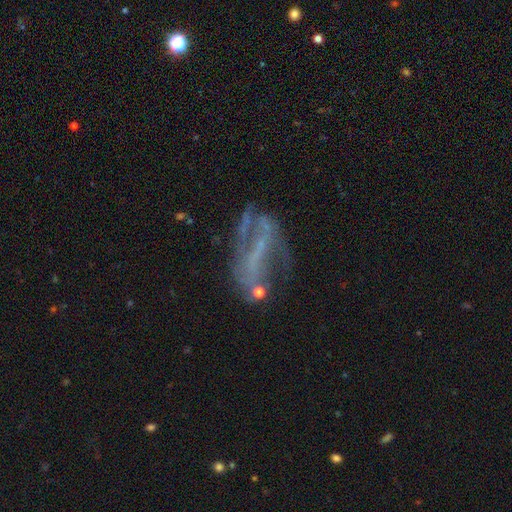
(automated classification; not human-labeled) Smooth or featured?
  - featured or disk: 65% *
  - smooth: 18%
  - star or artifact: 17%
Edge-on disk?
  - no: 88% *
  - yes: 12%
Bar?
  - no: 40% *
  - strong: 36%
  - weak: 23%
Spiral arms?
  - no: 59% *
  - yes: 41%
Bulge size?
  - none: 67% *
  - small: 24%
  - moderate: 7%
  - large: 2%
  - dominant: 1%
Merging?
  - none: 42% *
  - major disturbance: 30%
  - minor disturbance: 20%
  - merger: 8%